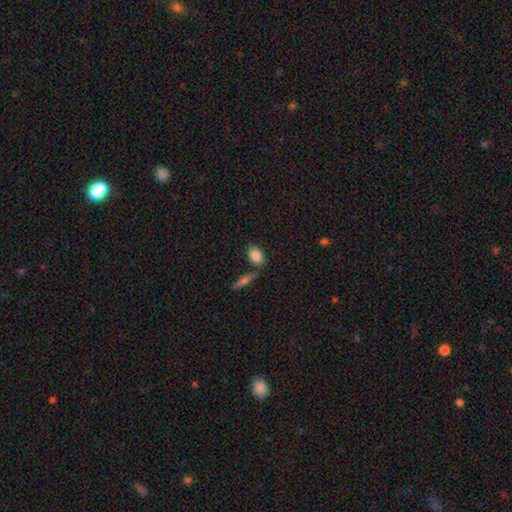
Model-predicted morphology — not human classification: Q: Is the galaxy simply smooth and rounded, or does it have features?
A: smooth — 85%.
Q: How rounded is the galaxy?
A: in between — 72%.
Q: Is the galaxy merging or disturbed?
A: none — 70%.